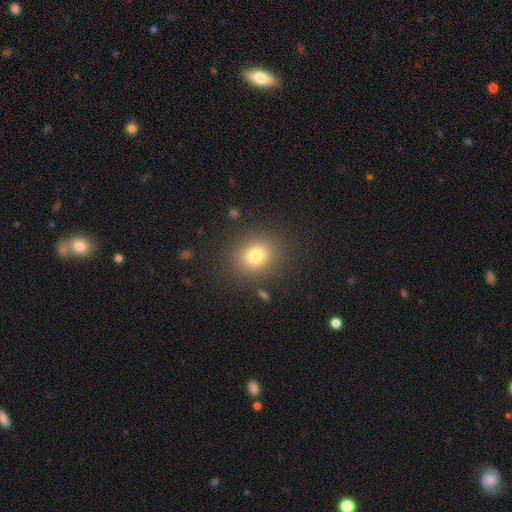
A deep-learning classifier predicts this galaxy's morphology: This is likely a smooth galaxy (77%). How rounded: likely round (76%). Merging: clearly none (86%).